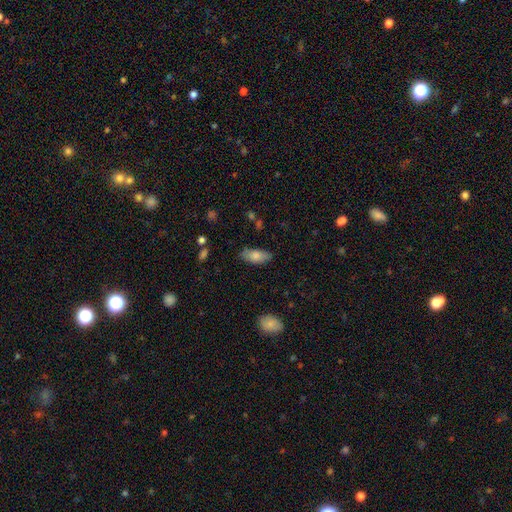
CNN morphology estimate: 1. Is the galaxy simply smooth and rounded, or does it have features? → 79% smooth, 14% featured or disk, 7% star or artifact.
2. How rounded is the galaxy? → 87% in between, 11% cigar-shaped, 2% round.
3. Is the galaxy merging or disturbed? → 78% none, 17% minor disturbance, 3% major disturbance, 2% merger.